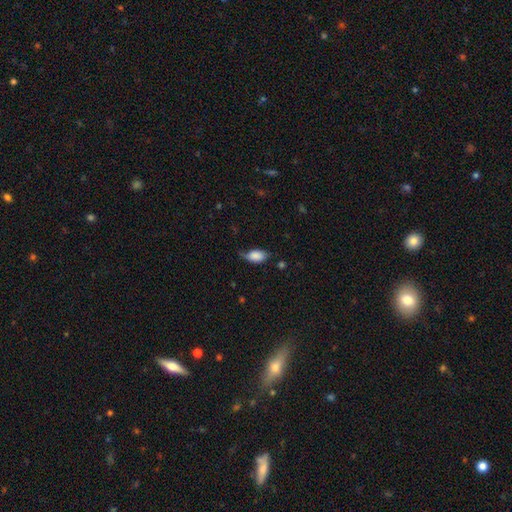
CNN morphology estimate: Smooth or featured?
  - smooth: 82% *
  - featured or disk: 11%
  - star or artifact: 7%
How rounded?
  - in between: 92% *
  - round: 5%
  - cigar-shaped: 4%
Merging?
  - none: 42% *
  - minor disturbance: 41%
  - major disturbance: 15%
  - merger: 3%